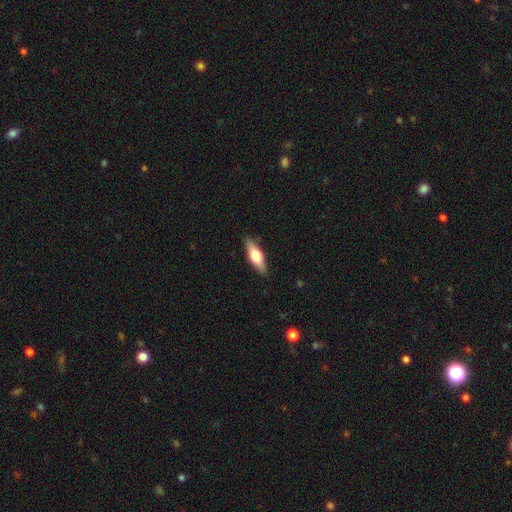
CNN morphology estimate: A smooth galaxy with no disk features (47%, tied with featured or disk). Merging: none (88%).